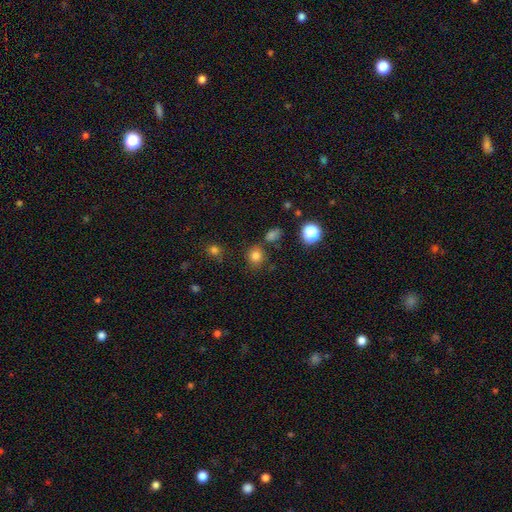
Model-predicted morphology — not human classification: smooth 79%, star or artifact 15%, featured or disk 6%. Down the decision tree: how rounded — round (79%); merging — none (76%).